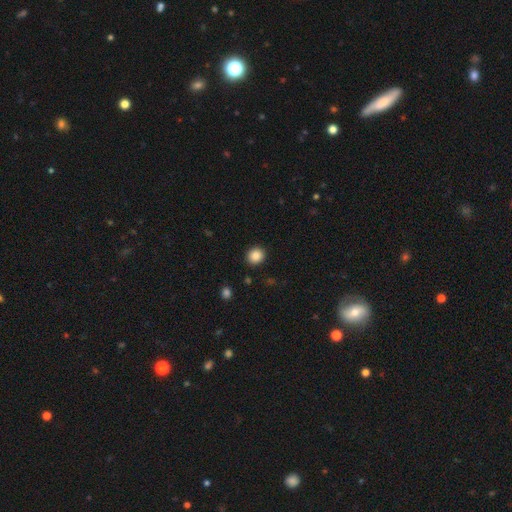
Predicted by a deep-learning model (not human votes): Smooth or featured: smooth — 87% (star or artifact — 9%)
How rounded: round — 82% (in between — 17%)
Merging: none — 91% (minor disturbance — 6%)